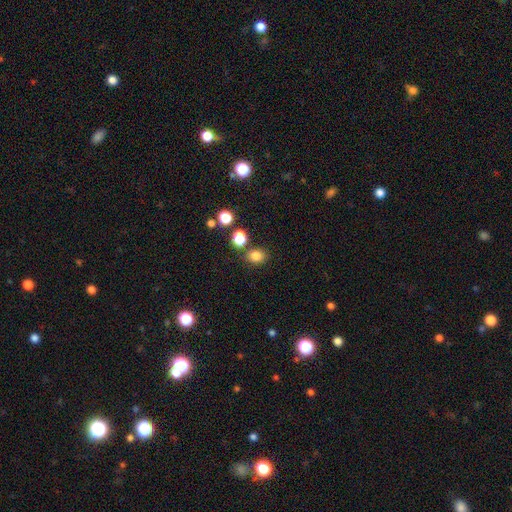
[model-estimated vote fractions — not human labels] smooth-or-featured: smooth: 81% | star or artifact: 14% | featured or disk: 5%
  how-rounded: round: 50% | in between: 49% | cigar-shaped: 1%
  merging: none: 77% | minor disturbance: 11% | merger: 9% | major disturbance: 4%